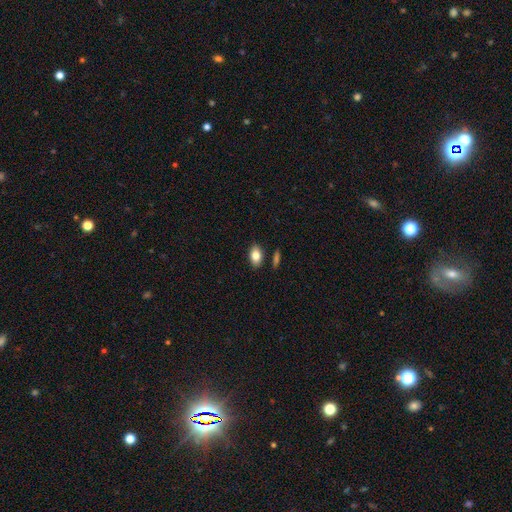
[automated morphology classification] This appears to be a smooth galaxy with no disk features (82%) that is in between round and cigar-shaped (90%). Merging: none (84%).